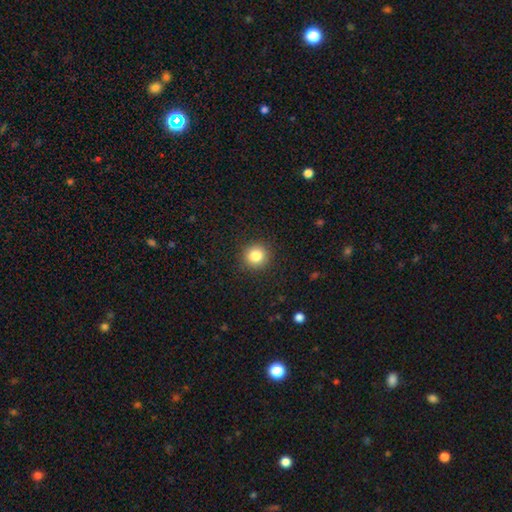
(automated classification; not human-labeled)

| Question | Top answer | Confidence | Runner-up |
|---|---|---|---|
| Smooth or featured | smooth | 83% | star or artifact (11%) |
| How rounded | round | 93% | in between (6%) |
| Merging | none | 91% | minor disturbance (6%) |